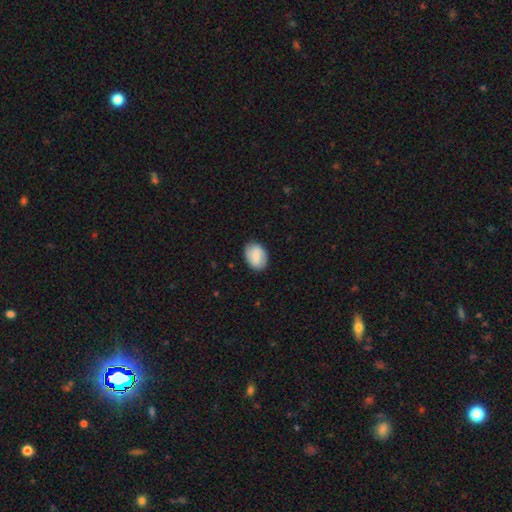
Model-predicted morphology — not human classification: smooth_or_featured: smooth (p=0.79) [alt: featured or disk p=0.14]
how_rounded: in between (p=0.77) [alt: round p=0.22]
merging: none (p=0.84) [alt: minor disturbance p=0.12]